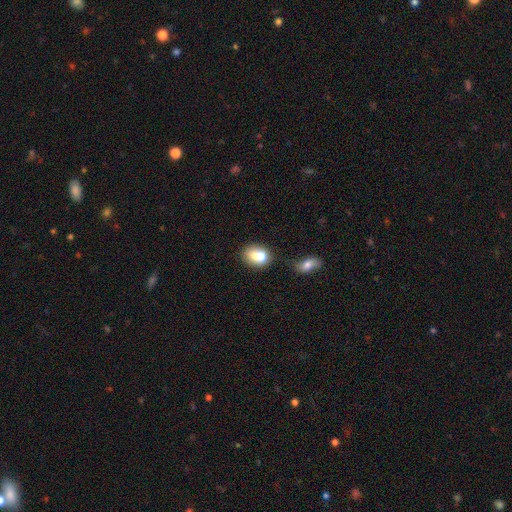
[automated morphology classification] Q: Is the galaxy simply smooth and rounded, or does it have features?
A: smooth — 72%.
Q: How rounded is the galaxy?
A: in between — 56%.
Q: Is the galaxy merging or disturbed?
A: merger — 44%.